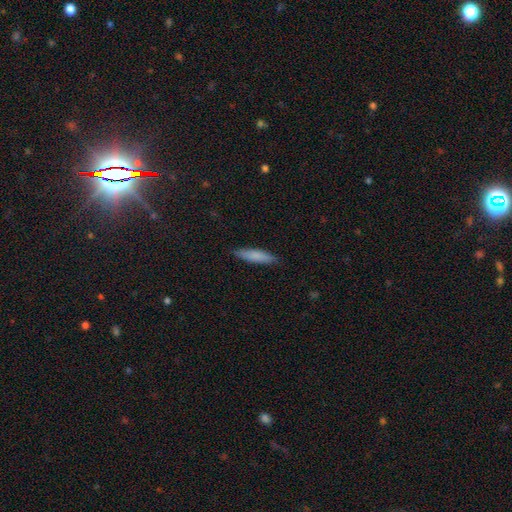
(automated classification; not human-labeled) A smooth galaxy with no disk features (81%) that is cigar-shaped (79%).

Vote fractions:
- Smooth or featured? smooth: 81% / featured or disk: 13% / star or artifact: 6%
- How rounded? cigar-shaped: 79% / in between: 19% / round: 1%
- Merging? none: 87% / minor disturbance: 10% / major disturbance: 2% / merger: 1%